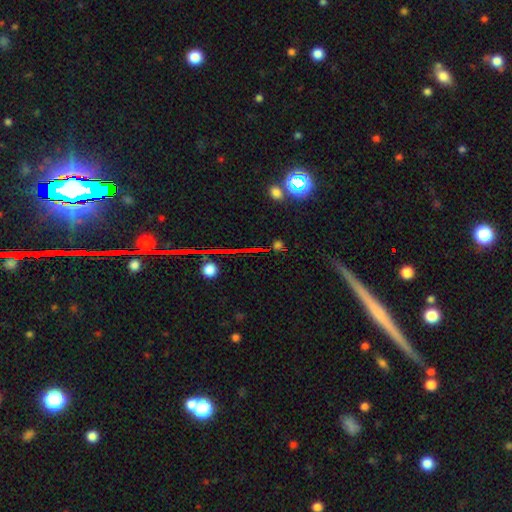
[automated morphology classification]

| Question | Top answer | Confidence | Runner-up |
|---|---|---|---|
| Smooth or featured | star or artifact | 43% | featured or disk (39%) |